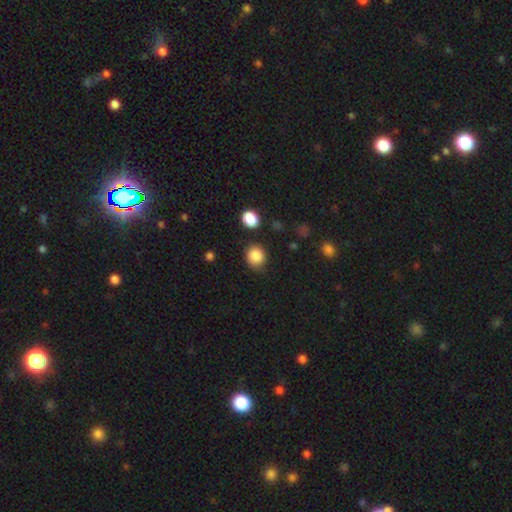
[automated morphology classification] smooth 86%, star or artifact 9%, featured or disk 5%. Down the decision tree: how rounded — round (79%); merging — none (78%).